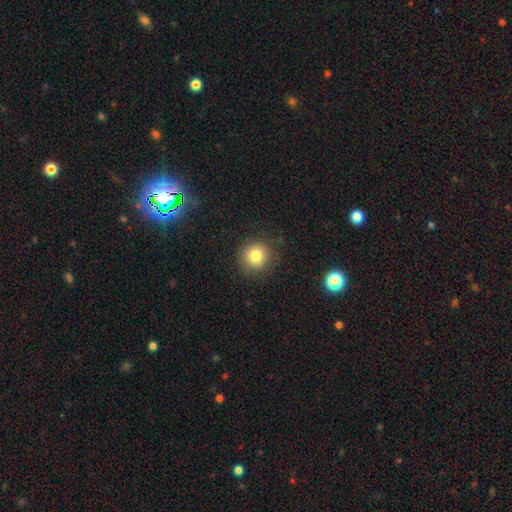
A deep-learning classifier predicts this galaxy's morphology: Smooth or featured? Predicted: smooth (p=0.81). How rounded? Predicted: round (p=0.92). Merging? Predicted: none (p=0.87).